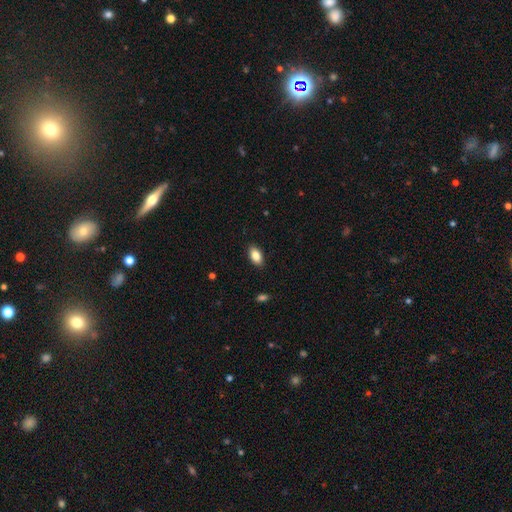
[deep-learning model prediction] Overall: smooth (86%). How rounded: in between (92%). Merging: none (88%).